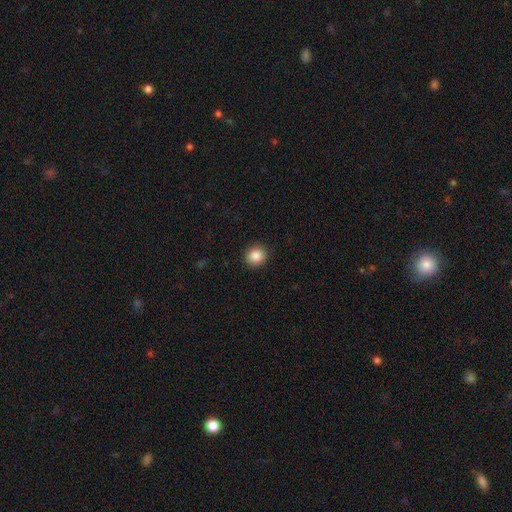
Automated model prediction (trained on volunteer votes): Smooth or featured? smooth (87%)
How rounded? round (84%)
Merging? none (91%)